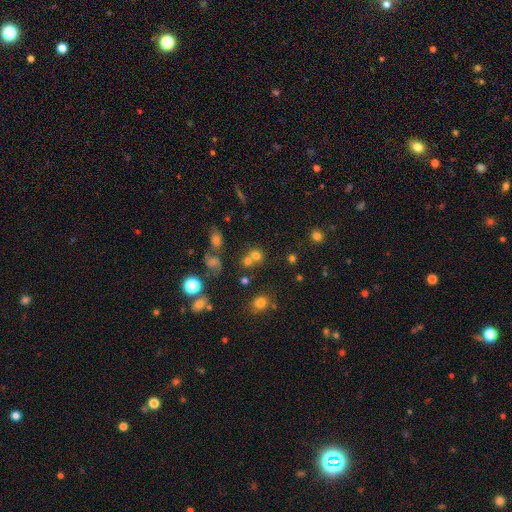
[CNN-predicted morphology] Overall: smooth (66%). How rounded: round (75%). Merging: none (44%; merger 41%).